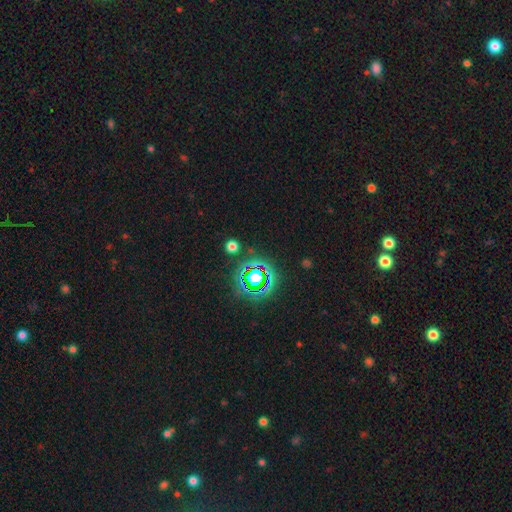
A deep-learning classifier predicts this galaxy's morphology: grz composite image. It shows a star or artifact, not a galaxy (78%).